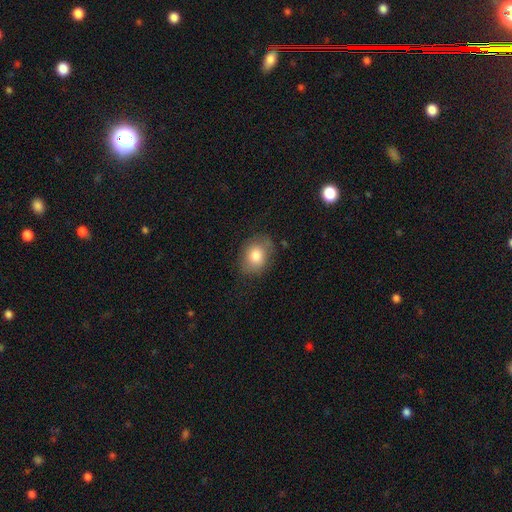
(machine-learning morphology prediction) Q: Smooth or featured?
A: smooth (81%); runner-up: featured or disk (11%)
Q: How rounded?
A: in between (58%); runner-up: round (41%)
Q: Merging?
A: none (73%); runner-up: minor disturbance (19%)